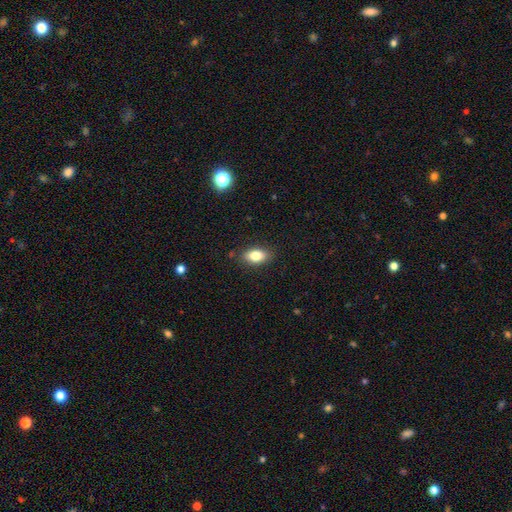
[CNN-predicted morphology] The model was most divided on "smooth or featured": smooth: 81%, featured or disk: 10%, star or artifact: 8%. More confident: how rounded — in between (87%); merging — none (86%).